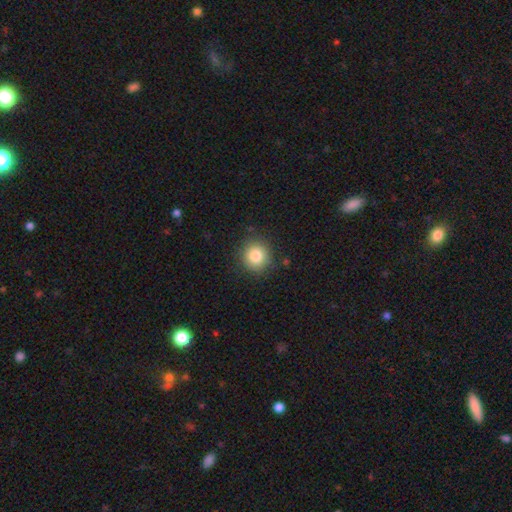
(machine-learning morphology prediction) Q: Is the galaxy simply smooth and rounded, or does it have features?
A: smooth — 83%.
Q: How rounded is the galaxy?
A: round — 91%.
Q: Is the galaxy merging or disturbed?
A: none — 87%.